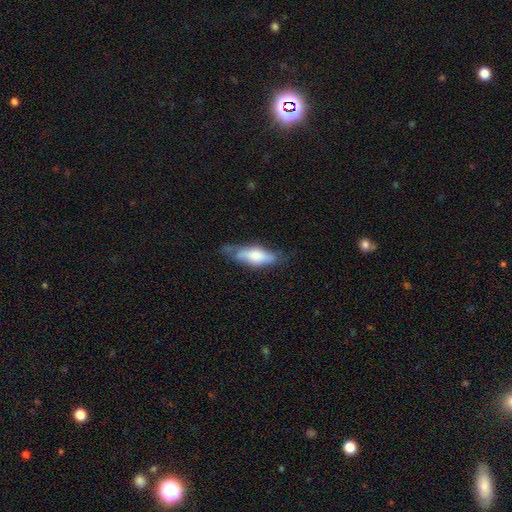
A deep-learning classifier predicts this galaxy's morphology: Smooth or featured?
  - smooth: 65% *
  - featured or disk: 28%
  - star or artifact: 6%
How rounded?
  - in between: 60% *
  - cigar-shaped: 38%
  - round: 2%
Merging?
  - none: 51% *
  - minor disturbance: 35%
  - major disturbance: 11%
  - merger: 3%